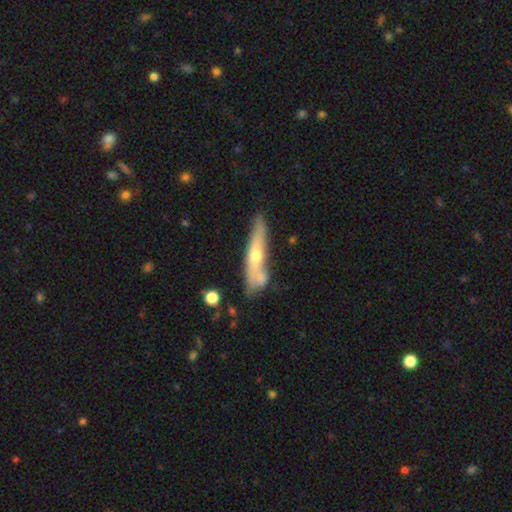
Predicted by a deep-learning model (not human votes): Q: Smooth or featured?
A: featured or disk (54%); runner-up: smooth (40%)
Q: Edge-on disk?
A: yes (75%); runner-up: no (25%)
Q: Merging?
A: none (58%); runner-up: minor disturbance (22%)